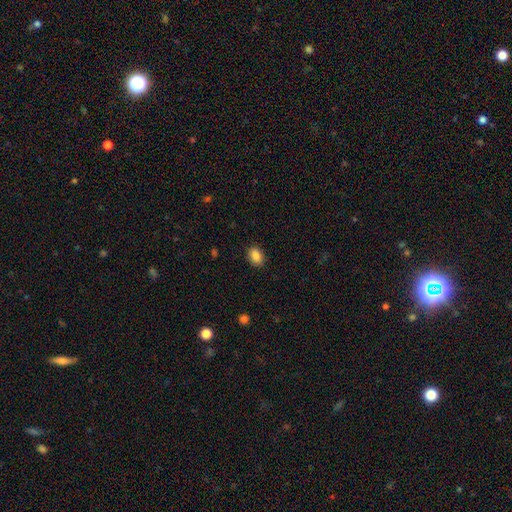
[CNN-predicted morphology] A smooth galaxy with no disk features (87%) that is in between round and cigar-shaped (80%).

Vote fractions:
- Smooth or featured? smooth: 87% / star or artifact: 8% / featured or disk: 4%
- How rounded? in between: 80% / round: 18% / cigar-shaped: 1%
- Merging? none: 88% / minor disturbance: 9% / major disturbance: 2% / merger: 1%